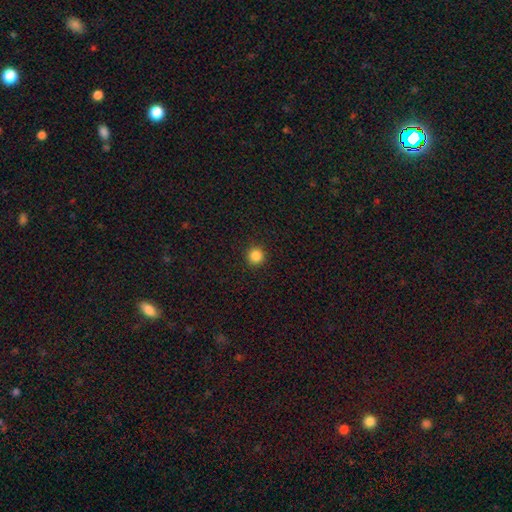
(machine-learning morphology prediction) Overall: smooth (86%). How rounded: round (95%). Merging: none (93%).